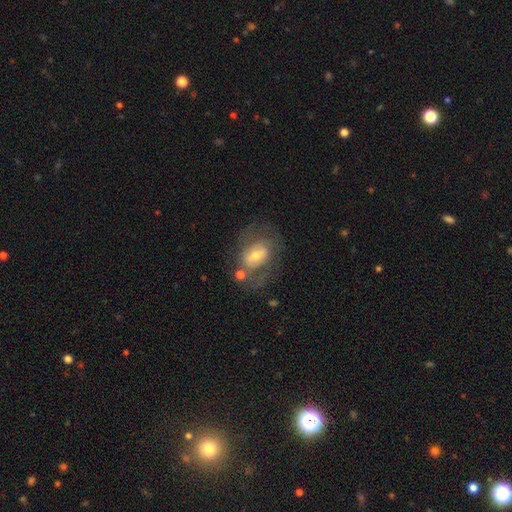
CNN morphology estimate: Overall: featured or disk (60%; smooth 32%). Edge-on disk: no (94%). Bar: weak (41%; no 38%). Spiral arms: yes (54%; no 46%). Bulge size: moderate (60%; small 31%). Merging: none (53%; minor disturbance 20%).